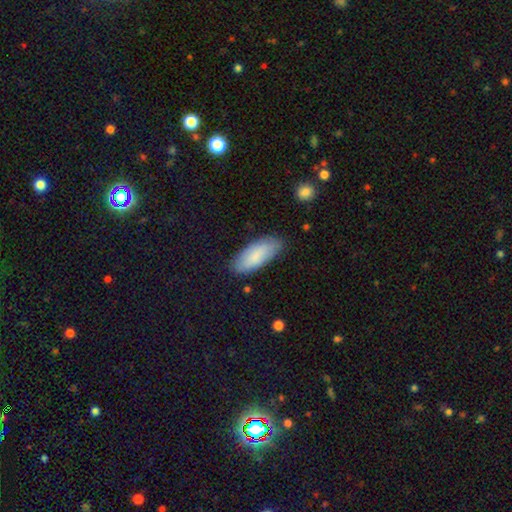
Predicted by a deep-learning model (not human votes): Morphology: type=smooth (84%); roundness=in between (80%); merging=none (80%).